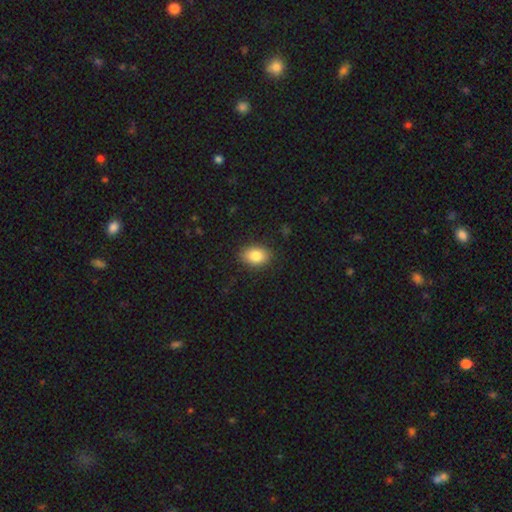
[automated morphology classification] smooth-or-featured: smooth: 85% | star or artifact: 8% | featured or disk: 7%
  how-rounded: in between: 79% | round: 20% | cigar-shaped: 1%
  merging: none: 86% | minor disturbance: 10% | major disturbance: 3% | merger: 1%